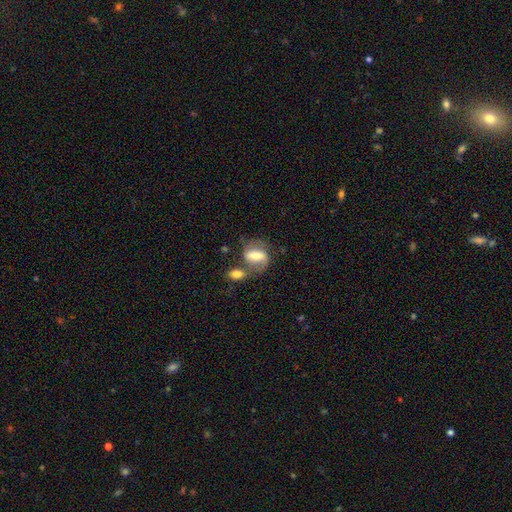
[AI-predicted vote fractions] Smooth or featured: featured or disk — 52% (smooth — 41%)
Edge-on disk: no — 92% (yes — 8%)
Merging: none — 42% (merger — 33%)